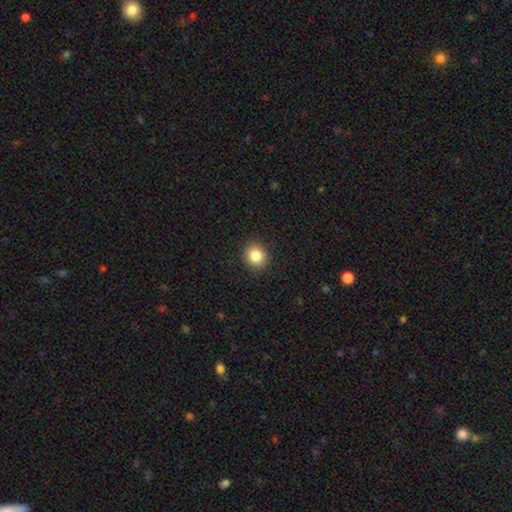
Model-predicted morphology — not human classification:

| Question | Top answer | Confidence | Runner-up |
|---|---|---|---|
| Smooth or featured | smooth | 84% | star or artifact (10%) |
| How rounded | round | 79% | in between (20%) |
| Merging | none | 90% | minor disturbance (7%) |